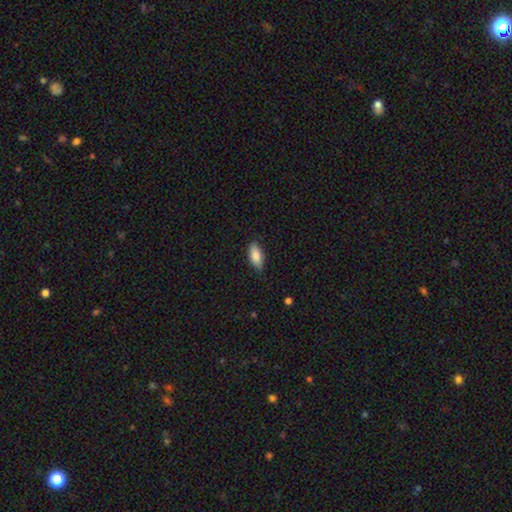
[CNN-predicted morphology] Smooth or featured? Predicted: smooth (p=0.85). How rounded? Predicted: in between (p=0.83). Merging? Predicted: none (p=0.82).